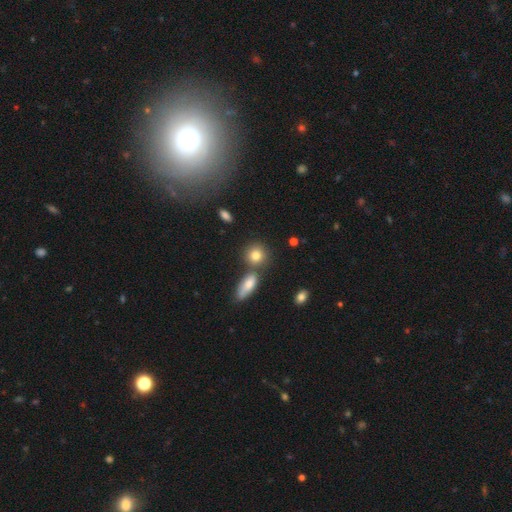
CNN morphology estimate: Smooth or featured? smooth (80%)
How rounded? round (77%)
Merging? none (65%)